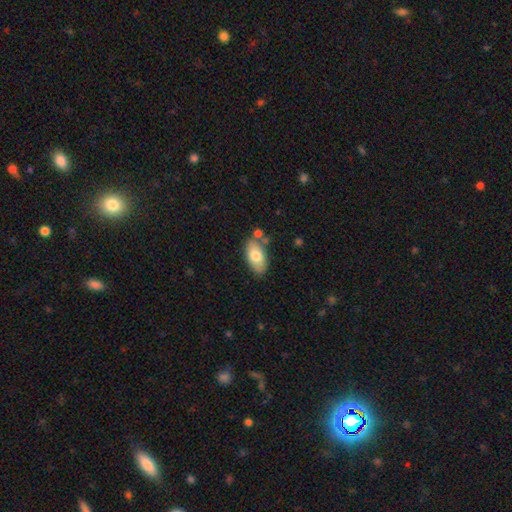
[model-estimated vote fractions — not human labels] A smooth galaxy with no disk features (74%) that is in between round and cigar-shaped (93%).

Vote fractions:
- Smooth or featured? smooth: 74% / featured or disk: 20% / star or artifact: 6%
- How rounded? in between: 93% / cigar-shaped: 4% / round: 4%
- Merging? none: 73% / minor disturbance: 15% / merger: 9% / major disturbance: 3%